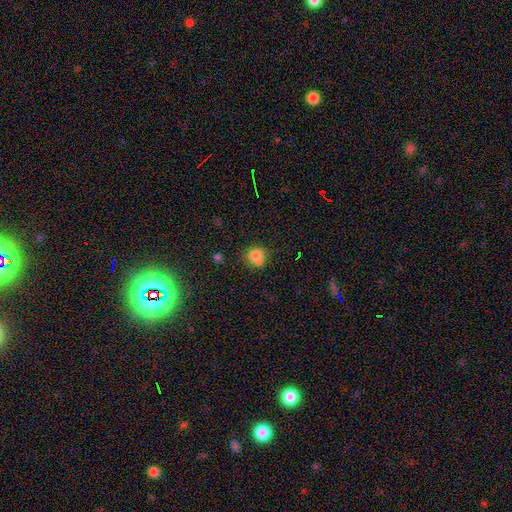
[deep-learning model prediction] This appears to be a smooth galaxy with no disk features (77%) that is round (78%). Merging: none (52%).